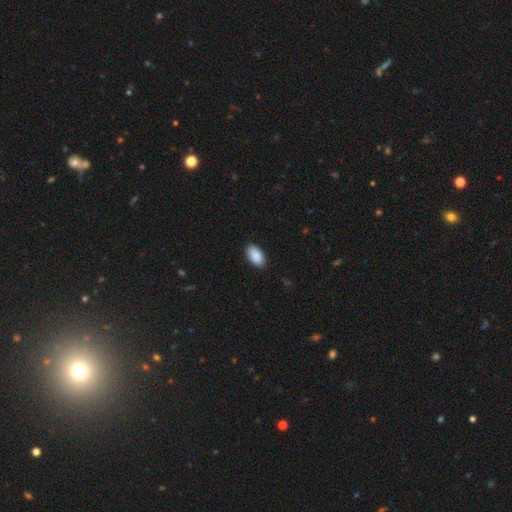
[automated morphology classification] Smooth or featured?
  - smooth: 91% *
  - star or artifact: 6%
  - featured or disk: 3%
How rounded?
  - in between: 95% *
  - round: 3%
  - cigar-shaped: 2%
Merging?
  - none: 89% *
  - minor disturbance: 8%
  - major disturbance: 2%
  - merger: 1%